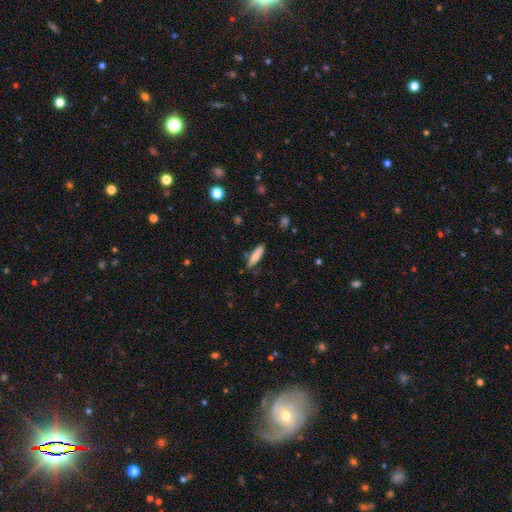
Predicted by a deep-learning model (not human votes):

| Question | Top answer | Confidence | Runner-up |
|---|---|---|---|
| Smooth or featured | smooth | 80% | featured or disk (13%) |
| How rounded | cigar-shaped | 69% | in between (29%) |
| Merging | none | 74% | minor disturbance (19%) |